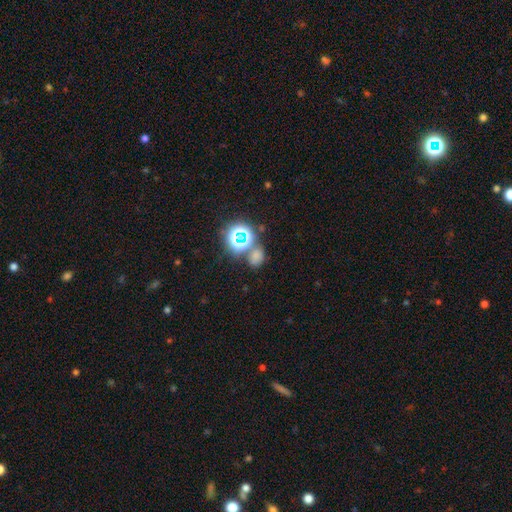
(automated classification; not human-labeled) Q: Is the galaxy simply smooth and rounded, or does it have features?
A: smooth — 57%.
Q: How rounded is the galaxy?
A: in between — 55%.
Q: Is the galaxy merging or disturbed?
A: none — 63%.